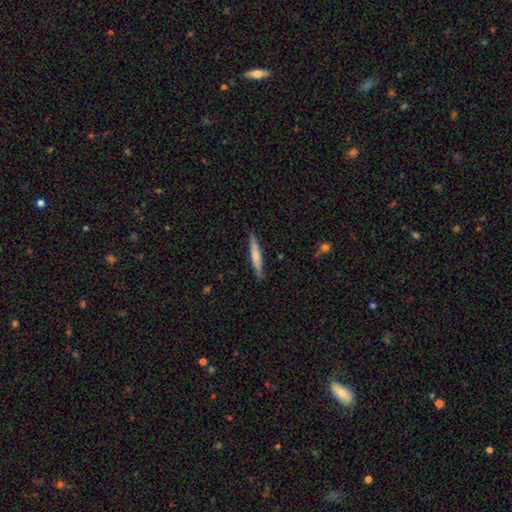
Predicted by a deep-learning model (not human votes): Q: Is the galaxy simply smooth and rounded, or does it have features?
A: smooth — 62%.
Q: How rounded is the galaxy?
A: cigar-shaped — 94%.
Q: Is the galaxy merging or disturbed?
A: none — 89%.